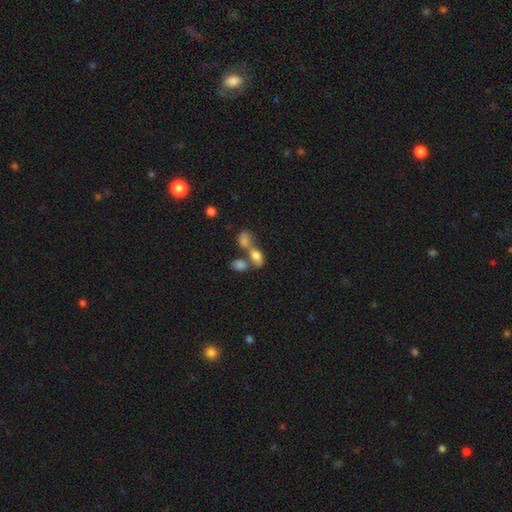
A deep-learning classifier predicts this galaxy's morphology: This appears to be a smooth galaxy with no disk features (77%) that is in between round and cigar-shaped (85%). Merging: merger (55%).